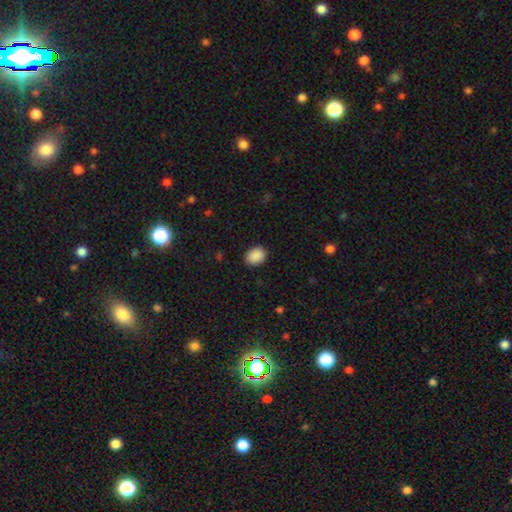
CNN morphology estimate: Smooth or featured? smooth (90%)
How rounded? in between (58%)
Merging? none (89%)